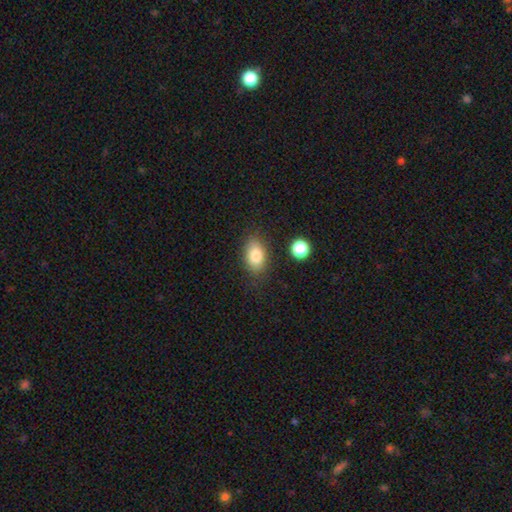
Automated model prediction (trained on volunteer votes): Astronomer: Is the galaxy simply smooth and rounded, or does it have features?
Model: smooth — 83%.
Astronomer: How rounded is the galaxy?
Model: in between — 87%.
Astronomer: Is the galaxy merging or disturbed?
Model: none — 81%.